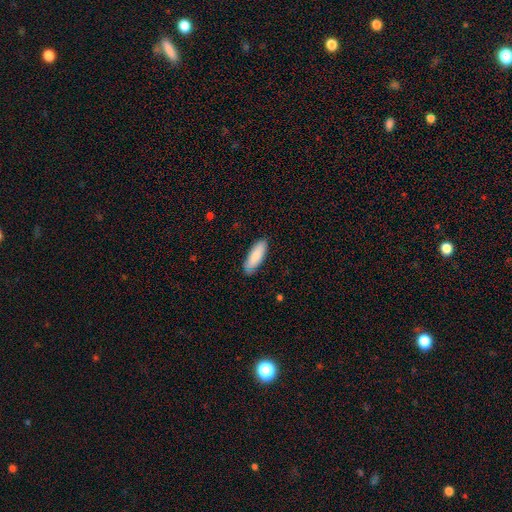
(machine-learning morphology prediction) This is clearly a smooth galaxy (85%). How rounded: likely in between (65%). Merging: clearly none (82%).